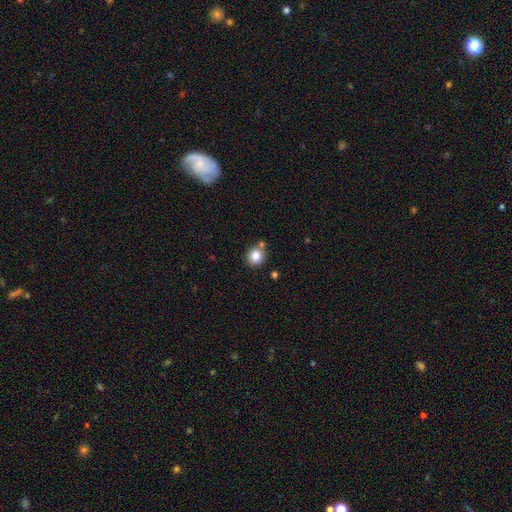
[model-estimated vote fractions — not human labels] A smooth galaxy with no disk features (83%) that is round (84%).

Vote fractions:
- Smooth or featured? smooth: 83% / star or artifact: 11% / featured or disk: 6%
- How rounded? round: 84% / in between: 15% / cigar-shaped: 1%
- Merging? none: 76% / merger: 11% / minor disturbance: 10% / major disturbance: 3%